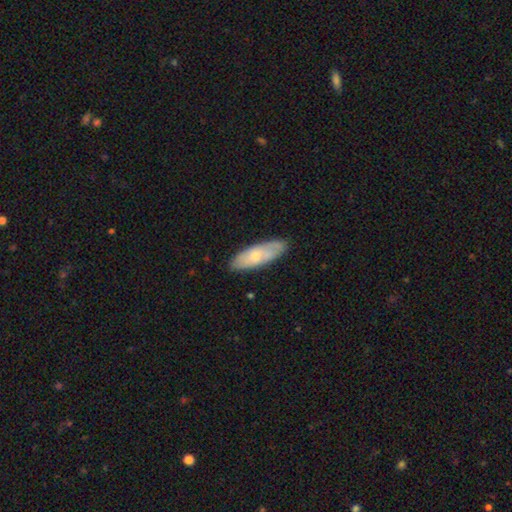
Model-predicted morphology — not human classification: Overall: smooth (52%; featured or disk 42%). How rounded: in between (59%; cigar-shaped 38%). Merging: none (80%).